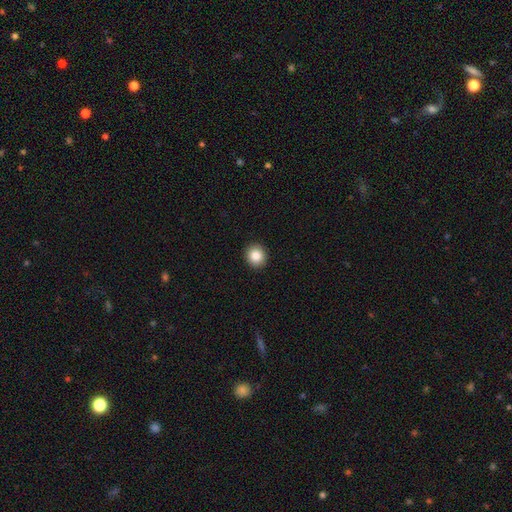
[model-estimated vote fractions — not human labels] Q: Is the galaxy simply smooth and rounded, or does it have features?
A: smooth — 85%.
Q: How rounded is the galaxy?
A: round — 87%.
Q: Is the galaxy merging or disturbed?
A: none — 93%.